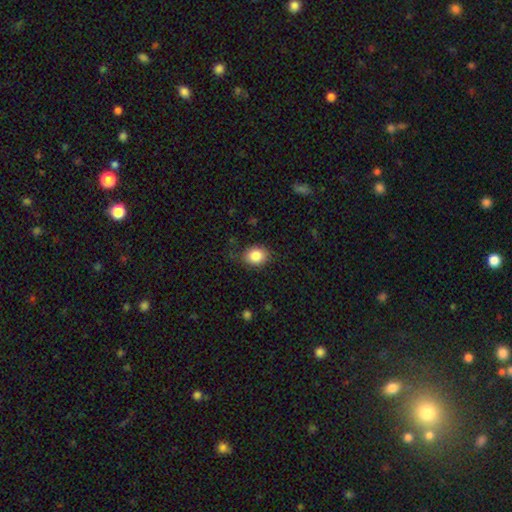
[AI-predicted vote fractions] A smooth galaxy with no disk features (86%) that is in between round and cigar-shaped (55%). Merging: none (80%).